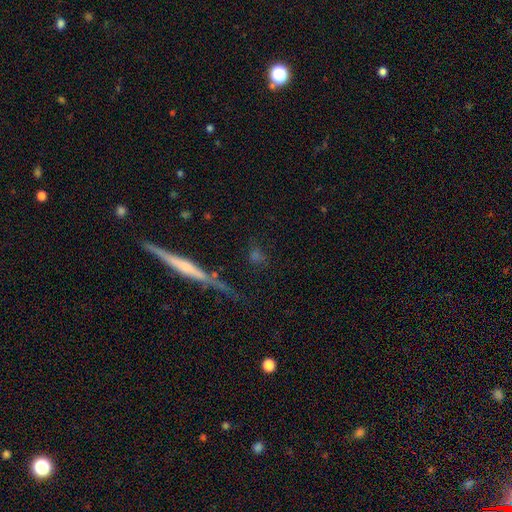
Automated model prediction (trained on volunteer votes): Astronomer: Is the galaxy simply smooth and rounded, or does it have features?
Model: smooth — 49% (runner-up: featured or disk, 35%).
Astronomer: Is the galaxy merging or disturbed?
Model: none — 75%.